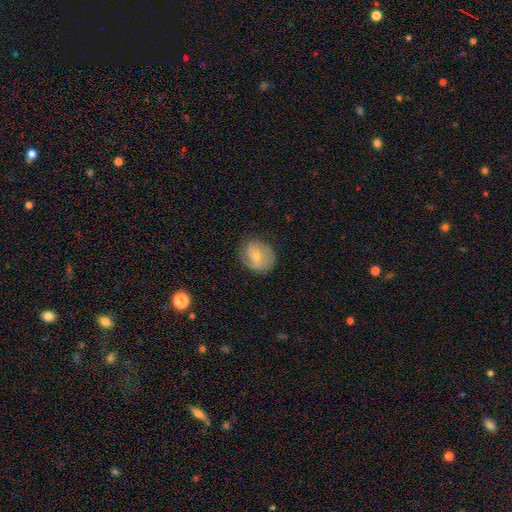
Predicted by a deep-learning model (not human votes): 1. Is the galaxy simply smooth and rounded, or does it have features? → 49% smooth, 41% featured or disk, 10% star or artifact.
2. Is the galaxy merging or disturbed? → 75% none, 18% minor disturbance, 6% major disturbance, 1% merger.